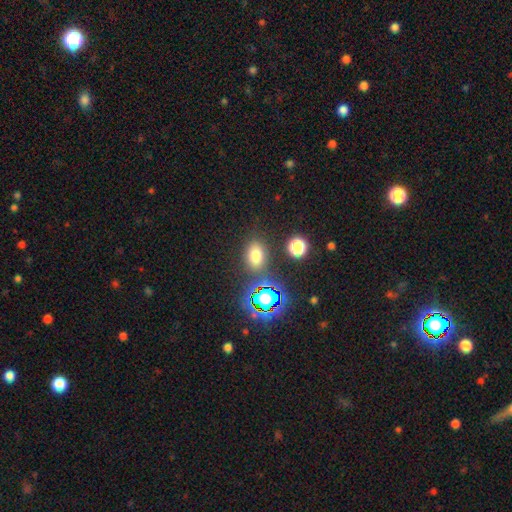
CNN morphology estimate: Overall: smooth (67%). How rounded: in between (72%). Merging: none (79%).